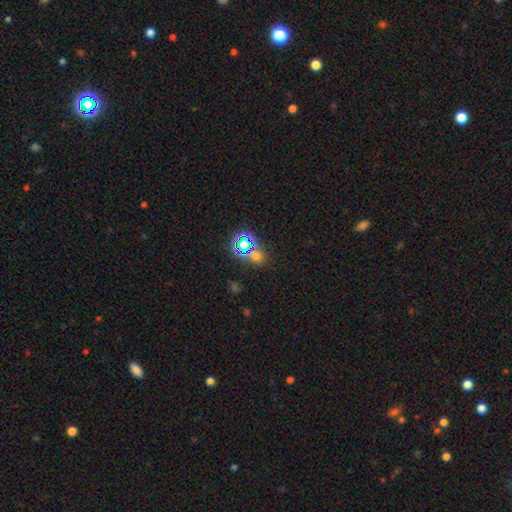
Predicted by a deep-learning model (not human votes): A star or artifact, not a galaxy (48%).